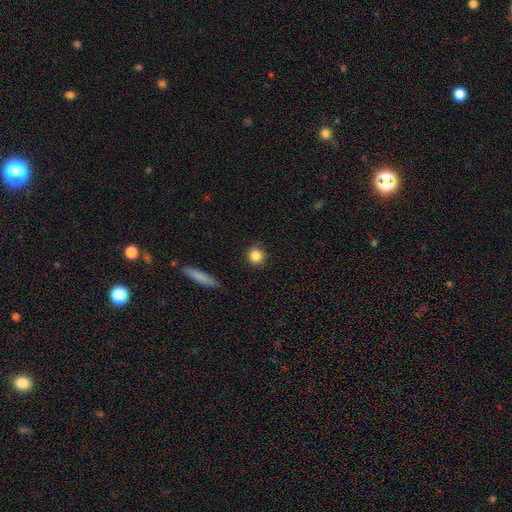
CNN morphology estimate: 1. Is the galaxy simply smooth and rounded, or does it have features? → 86% smooth, 10% star or artifact, 5% featured or disk.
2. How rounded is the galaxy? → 91% round, 7% in between, 2% cigar-shaped.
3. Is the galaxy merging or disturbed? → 88% none, 8% minor disturbance, 2% major disturbance, 2% merger.